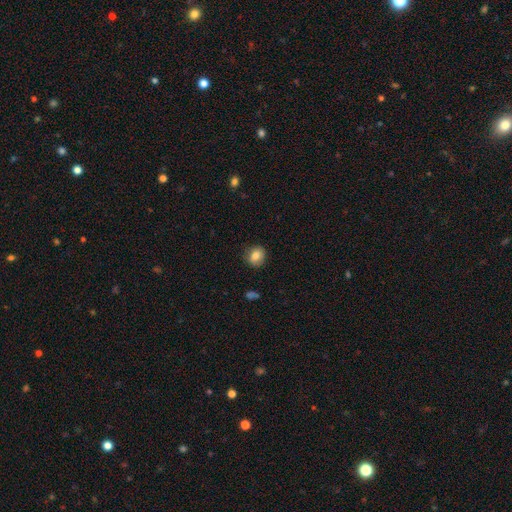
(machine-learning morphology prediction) Smooth or featured?
  - smooth: 80% *
  - featured or disk: 10%
  - star or artifact: 9%
How rounded?
  - round: 71% *
  - in between: 28%
  - cigar-shaped: 1%
Merging?
  - none: 86% *
  - minor disturbance: 10%
  - major disturbance: 2%
  - merger: 1%